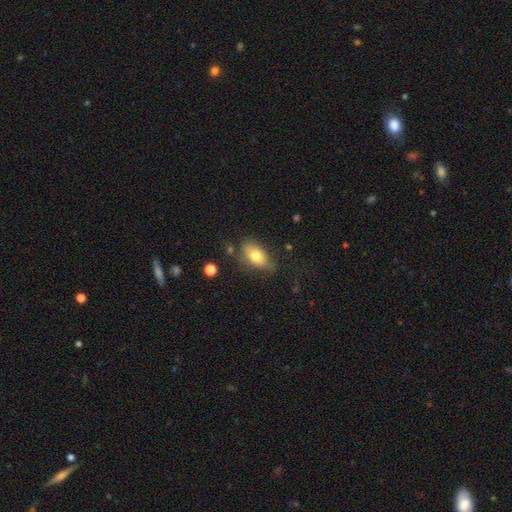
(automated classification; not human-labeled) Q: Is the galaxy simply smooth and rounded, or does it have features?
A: smooth — 73%.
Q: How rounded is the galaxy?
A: in between — 87%.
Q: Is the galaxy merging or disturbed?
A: none — 66%.